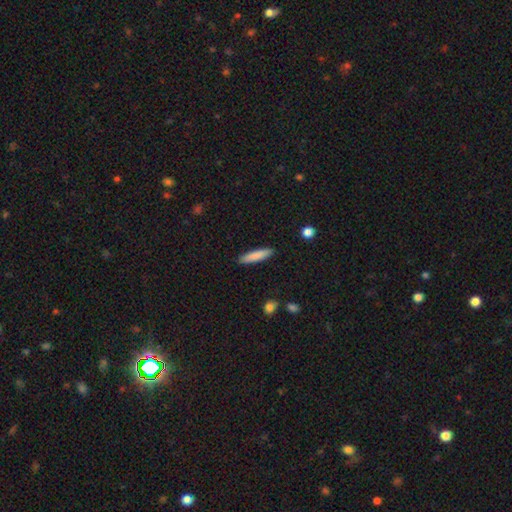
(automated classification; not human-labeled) Morphology: type=smooth (84%); roundness=cigar-shaped (85%); merging=none (90%).